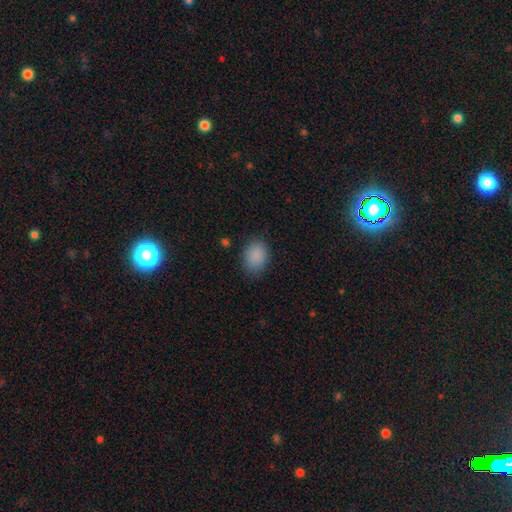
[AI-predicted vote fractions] Overall: smooth (89%). How rounded: in between (68%; round 31%). Merging: none (81%).